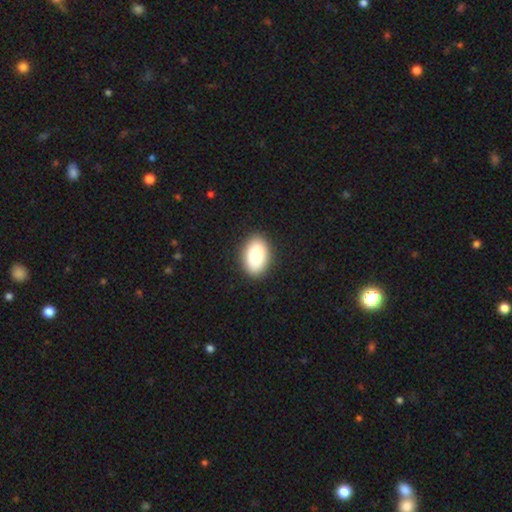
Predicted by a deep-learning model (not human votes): A smooth galaxy with no disk features (86%) that is in between round and cigar-shaped (91%). Merging: none (89%).